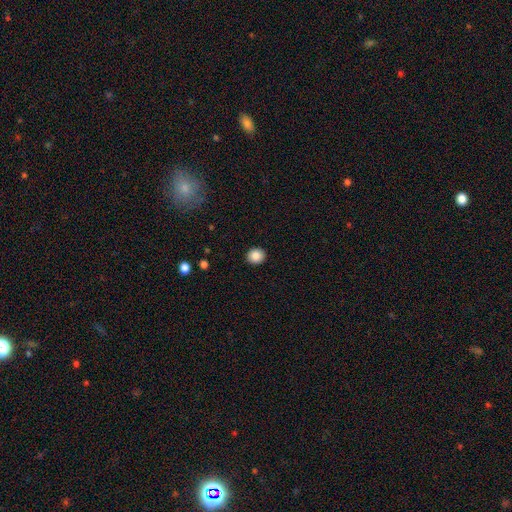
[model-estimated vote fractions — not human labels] Smooth or featured? smooth (86%)
How rounded? round (83%)
Merging? none (92%)